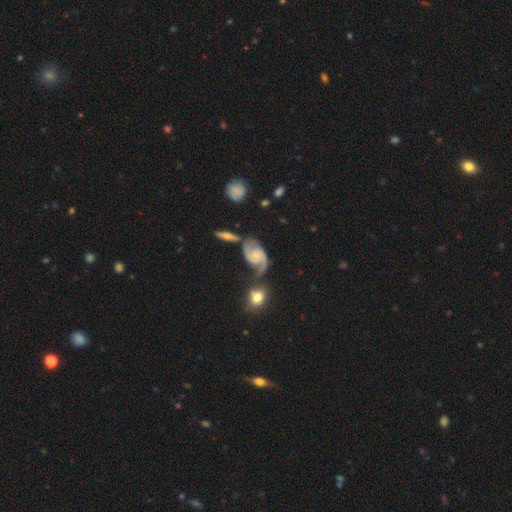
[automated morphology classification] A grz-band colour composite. It shows a featured or disk galaxy (88%) with no bar (63%), 2 (92%) medium (52%) spiral arms (97%) and a small central bulge (57%). Merging: none (58%).